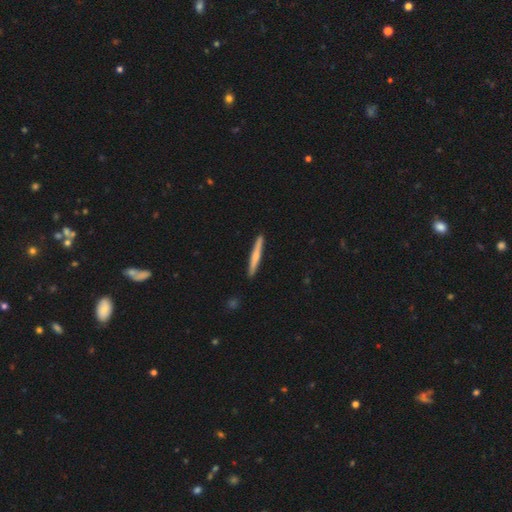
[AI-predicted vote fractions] Smooth or featured? smooth (53%)
How rounded? cigar-shaped (96%)
Merging? none (92%)